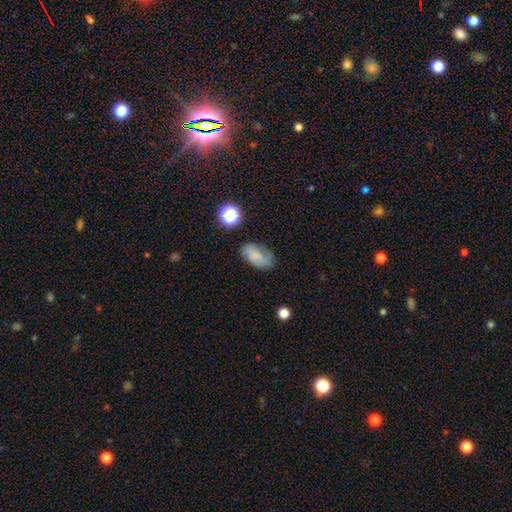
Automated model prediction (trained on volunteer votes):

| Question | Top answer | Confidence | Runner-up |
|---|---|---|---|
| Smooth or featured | smooth | 56% | featured or disk (31%) |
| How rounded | in between | 88% | round (10%) |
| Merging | none | 67% | minor disturbance (22%) |